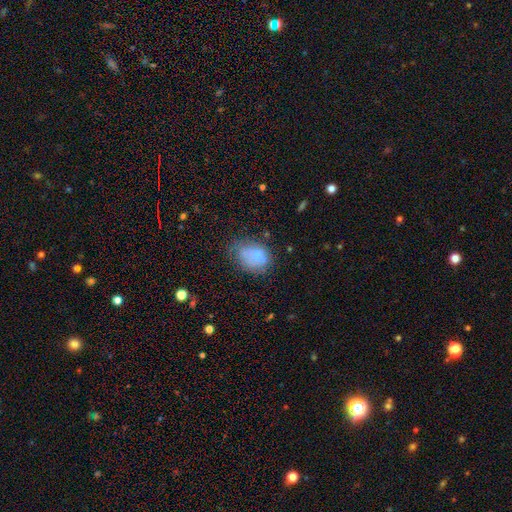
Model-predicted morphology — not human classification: Smooth or featured? smooth (64%)
How rounded? in between (65%)
Merging? none (40%)